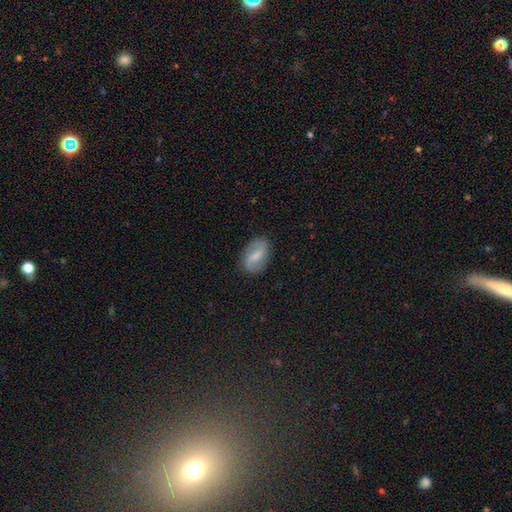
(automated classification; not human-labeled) Q: Smooth or featured?
A: smooth (47%); runner-up: featured or disk (45%)
Q: Merging?
A: none (83%); runner-up: minor disturbance (12%)